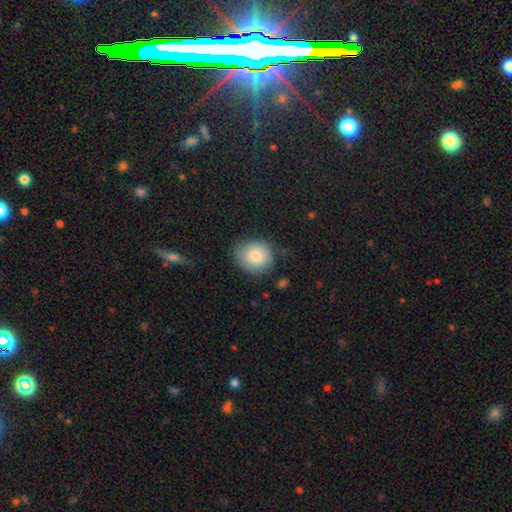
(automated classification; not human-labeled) A smooth galaxy with no disk features (81%) that is round (83%).

Vote fractions:
- Smooth or featured? smooth: 81% / featured or disk: 10% / star or artifact: 8%
- How rounded? round: 83% / in between: 16% / cigar-shaped: 1%
- Merging? none: 76% / minor disturbance: 18% / major disturbance: 4% / merger: 2%